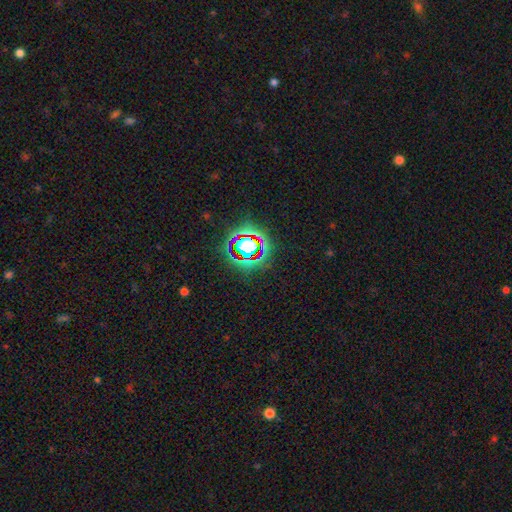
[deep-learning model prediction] smooth_or_featured: star or artifact (p=0.80) [alt: smooth p=0.12]